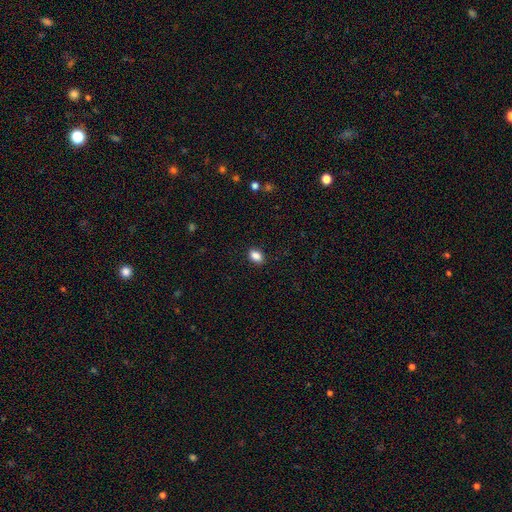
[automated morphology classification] smooth 87%, star or artifact 9%, featured or disk 4%. Down the decision tree: how rounded — in between (82%); merging — none (87%).